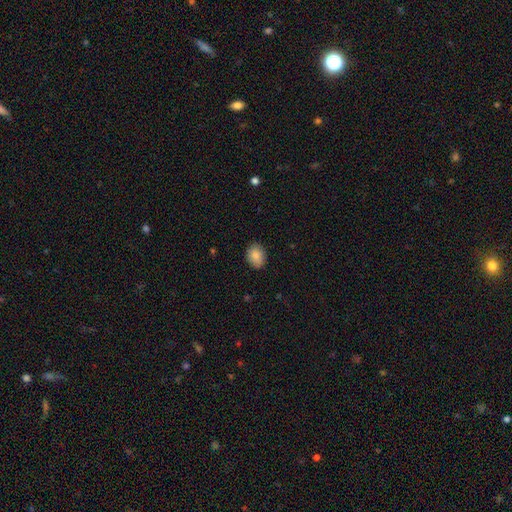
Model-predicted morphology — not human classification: The model was most divided on "how rounded": in between: 61%, round: 38%, cigar-shaped: 1%. More confident: smooth or featured — smooth (87%); merging — none (83%).